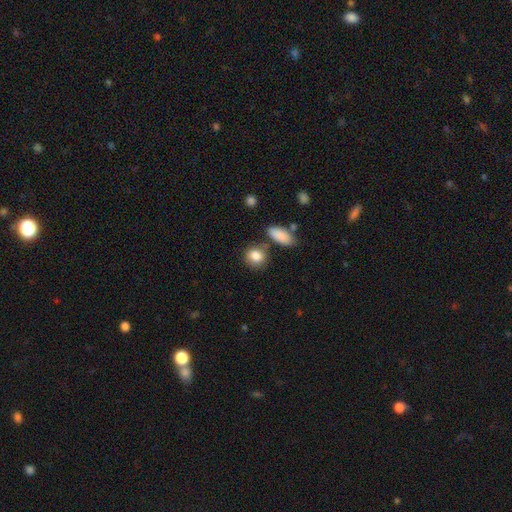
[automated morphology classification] type=smooth (86%); roundness=round (66%); merging=none (71%).